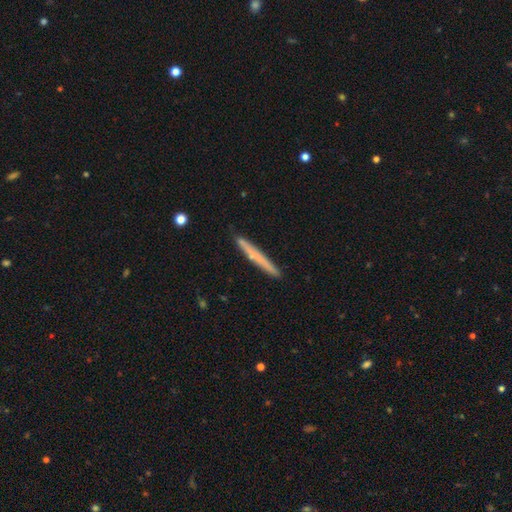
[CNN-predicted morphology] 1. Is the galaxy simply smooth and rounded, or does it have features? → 61% smooth, 33% featured or disk, 6% star or artifact.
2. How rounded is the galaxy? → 97% cigar-shaped, 2% in between, 1% round.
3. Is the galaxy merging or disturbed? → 90% none, 8% minor disturbance, 1% merger, 1% major disturbance.